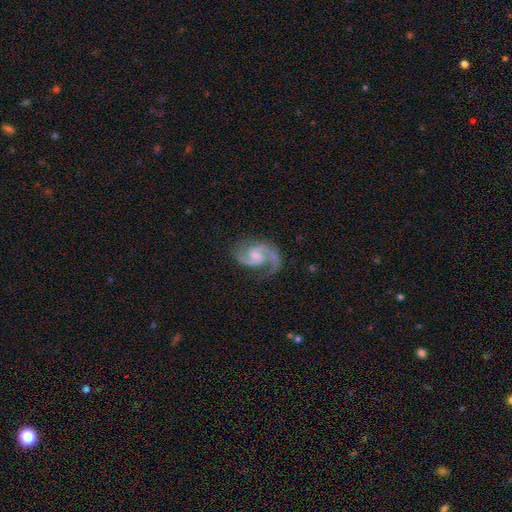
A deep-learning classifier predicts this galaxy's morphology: Overall: featured or disk (92%). Edge-on disk: no (98%). Bar: weak (51%; no 40%). Spiral arms: yes (98%). Spiral arm count: 2 (92%). Spiral winding: medium (64%). Bulge size: small (46%; moderate 32%). Merging: none (74%).